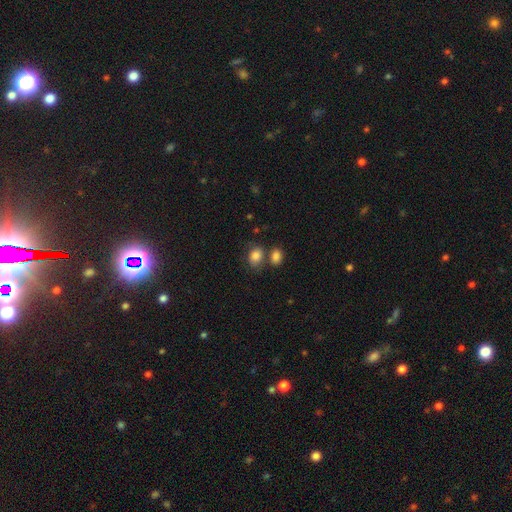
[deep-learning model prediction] The model was most divided on "how rounded": in between: 60%, round: 39%, cigar-shaped: 1%. More confident: smooth or featured — smooth (82%); merging — none (52%).